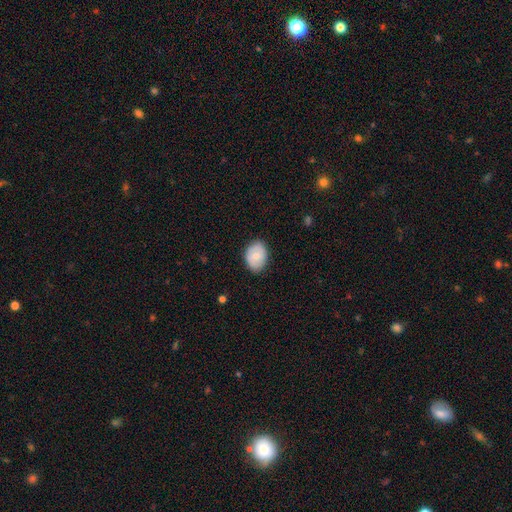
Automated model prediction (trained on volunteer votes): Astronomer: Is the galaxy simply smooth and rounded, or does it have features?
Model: smooth — 72%.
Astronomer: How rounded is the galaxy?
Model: in between — 68%.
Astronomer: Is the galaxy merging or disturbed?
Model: none — 82%.